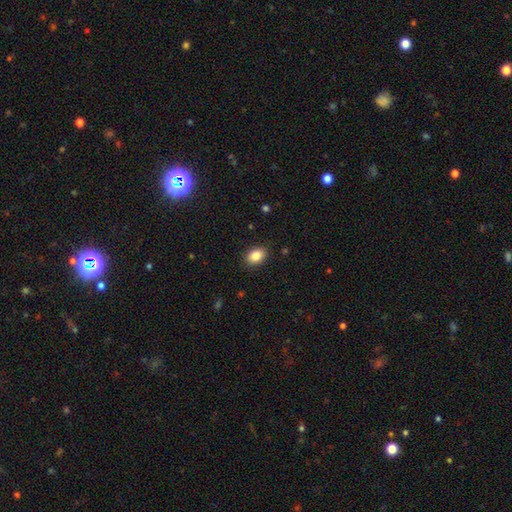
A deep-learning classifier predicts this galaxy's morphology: Smooth or featured? smooth (86%)
How rounded? in between (81%)
Merging? none (89%)